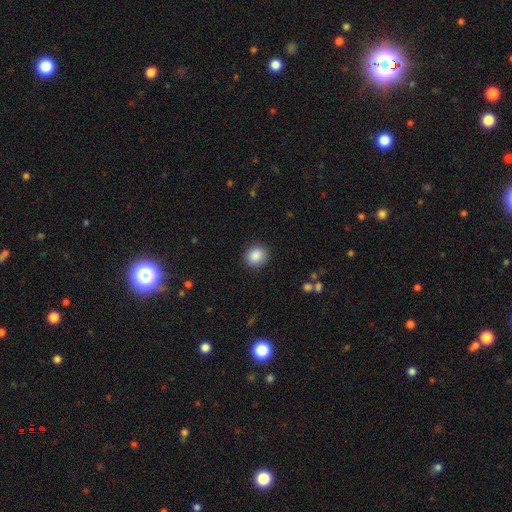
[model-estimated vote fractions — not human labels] A smooth galaxy with no disk features (88%) that is round (82%). Merging: none (90%).